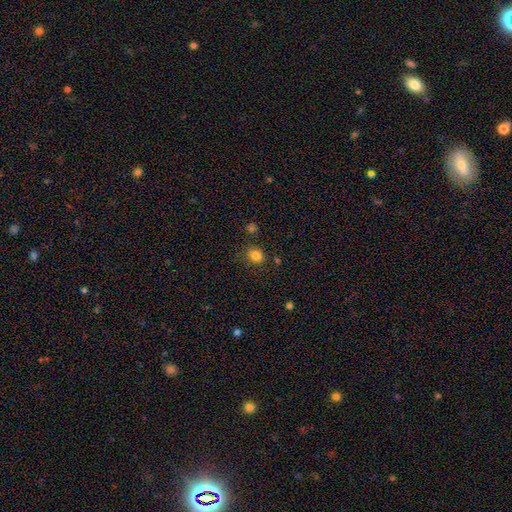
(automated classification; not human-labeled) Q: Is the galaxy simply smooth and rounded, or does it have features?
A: smooth — 82%.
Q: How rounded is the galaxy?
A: round — 71%.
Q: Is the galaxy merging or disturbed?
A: none — 78%.